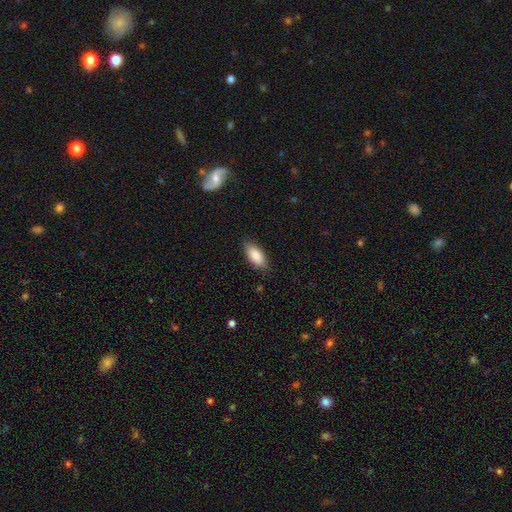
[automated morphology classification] Smooth or featured? smooth (87%)
How rounded? in between (87%)
Merging? none (81%)